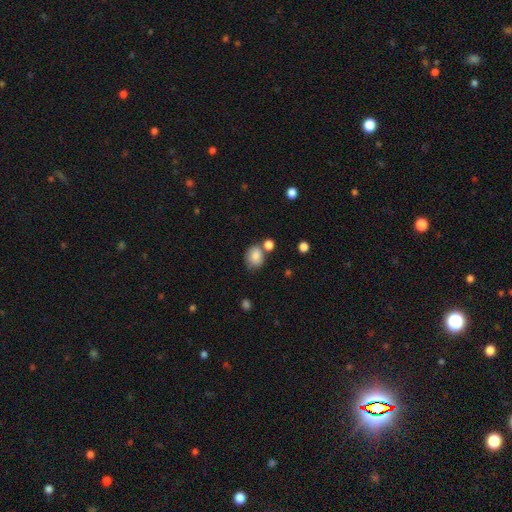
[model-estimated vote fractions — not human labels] This is clearly a smooth galaxy (83%). How rounded: possibly round (53%). Merging: possibly none (54%).